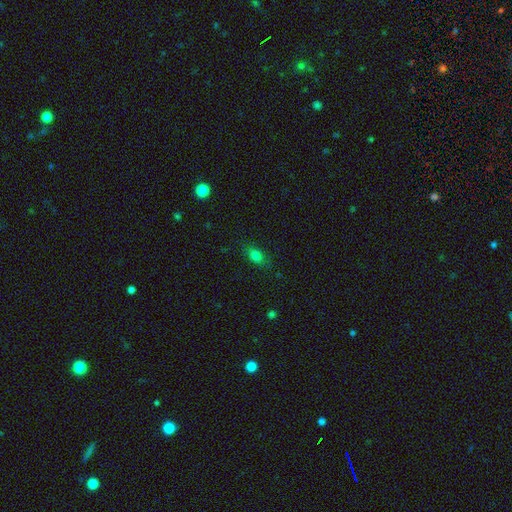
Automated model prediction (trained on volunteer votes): Morphology: type=smooth (78%); roundness=in between (77%); merging=none (80%).